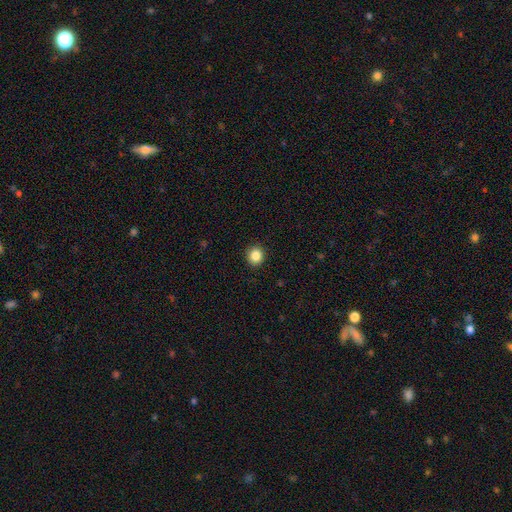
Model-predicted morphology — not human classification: smooth_or_featured: smooth (p=0.86) [alt: star or artifact p=0.10]
how_rounded: round (p=0.89) [alt: in between p=0.10]
merging: none (p=0.92) [alt: minor disturbance p=0.05]